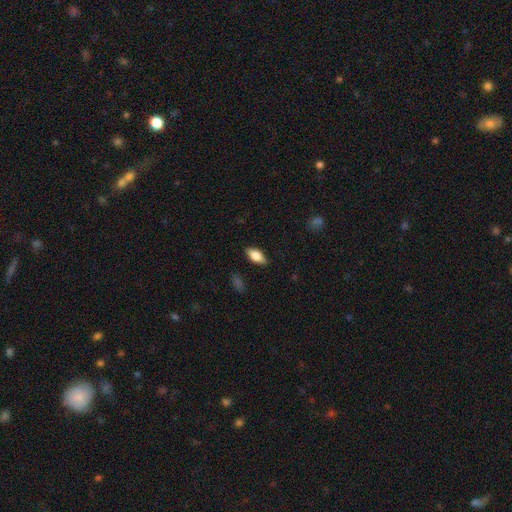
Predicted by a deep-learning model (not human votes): Smooth or featured?
  - smooth: 77% *
  - featured or disk: 17%
  - star or artifact: 7%
How rounded?
  - in between: 86% *
  - cigar-shaped: 10%
  - round: 3%
Merging?
  - none: 83% *
  - minor disturbance: 13%
  - major disturbance: 3%
  - merger: 1%